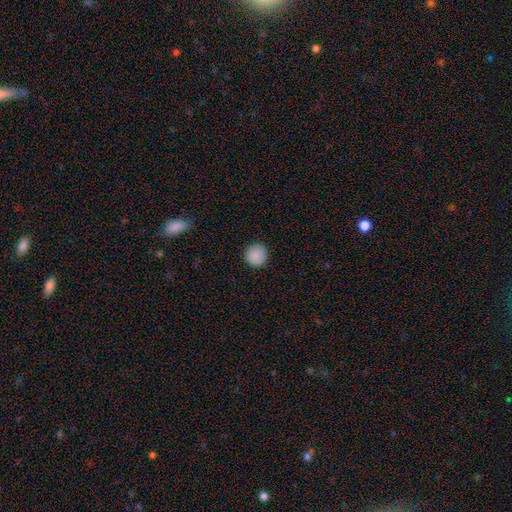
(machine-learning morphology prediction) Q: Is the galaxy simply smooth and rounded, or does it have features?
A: smooth — 89%.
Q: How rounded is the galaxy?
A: round — 95%.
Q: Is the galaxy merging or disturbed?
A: none — 91%.